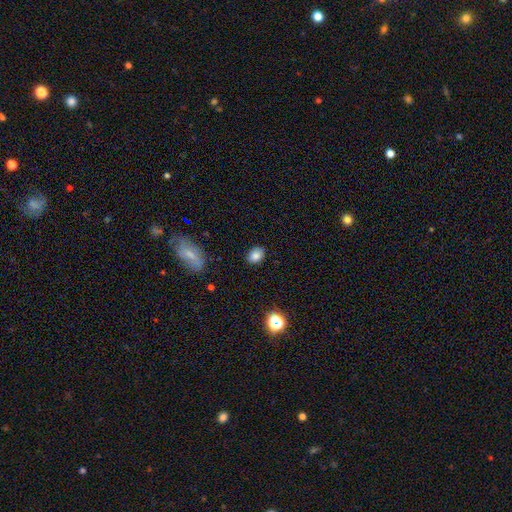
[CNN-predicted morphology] Smooth or featured: smooth — 82% (star or artifact — 10%)
How rounded: in between — 68% (round — 31%)
Merging: none — 86% (minor disturbance — 10%)